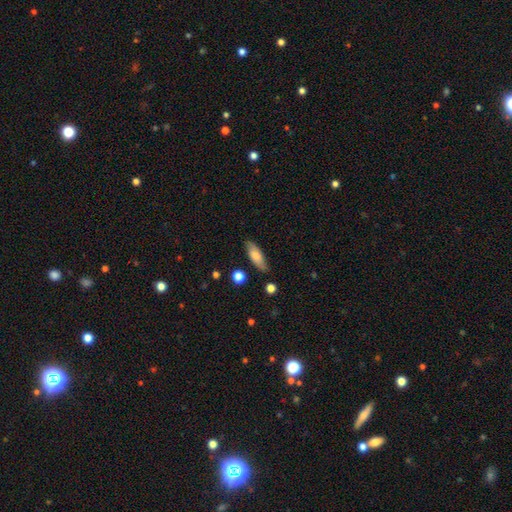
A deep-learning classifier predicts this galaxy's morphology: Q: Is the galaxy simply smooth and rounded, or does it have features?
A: smooth — 74%.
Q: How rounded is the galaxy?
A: in between — 58%.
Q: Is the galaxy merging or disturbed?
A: none — 80%.